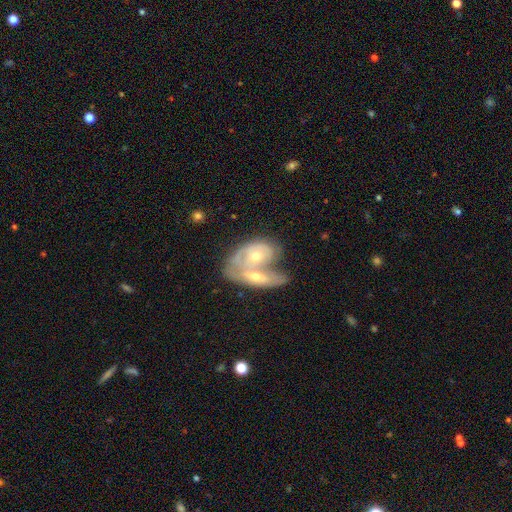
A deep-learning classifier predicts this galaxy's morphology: Smooth or featured: featured or disk — 60% (smooth — 35%)
Edge-on disk: no — 89% (yes — 11%)
Bar: no — 83% (weak — 14%)
Spiral arms: no — 59% (yes — 41%)
Bulge size: moderate — 64% (small — 30%)
Merging: merger — 74% (none — 12%)